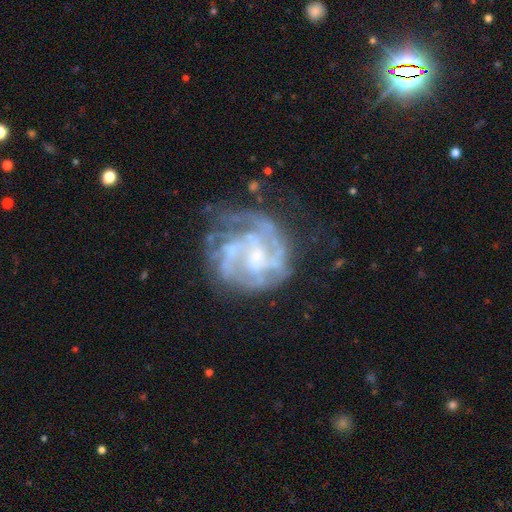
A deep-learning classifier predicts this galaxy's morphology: A featured or disk galaxy (85%) with no bar (54%), tight (51%) spiral arms (88%) and a small central bulge (42%). Merging: none (57%).